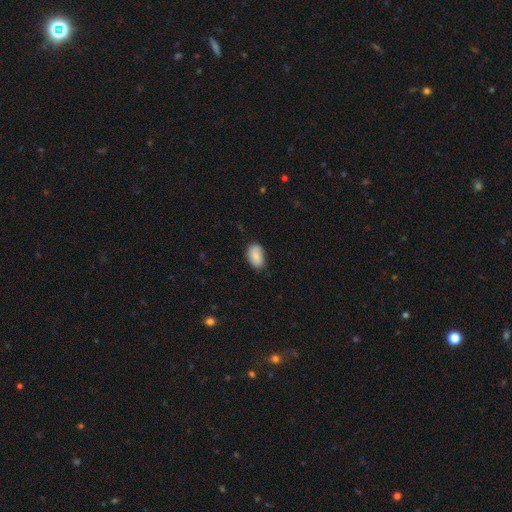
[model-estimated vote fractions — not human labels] Q: Smooth or featured?
A: smooth (85%); runner-up: featured or disk (8%)
Q: How rounded?
A: in between (92%); runner-up: round (7%)
Q: Merging?
A: none (77%); runner-up: minor disturbance (19%)